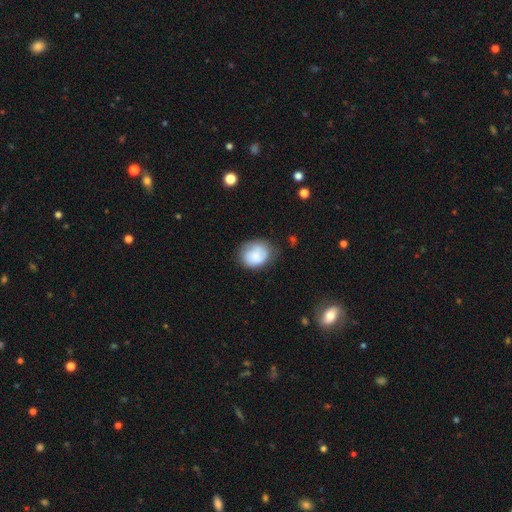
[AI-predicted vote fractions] Smooth or featured? smooth (68%)
How rounded? round (52%)
Merging? none (63%)